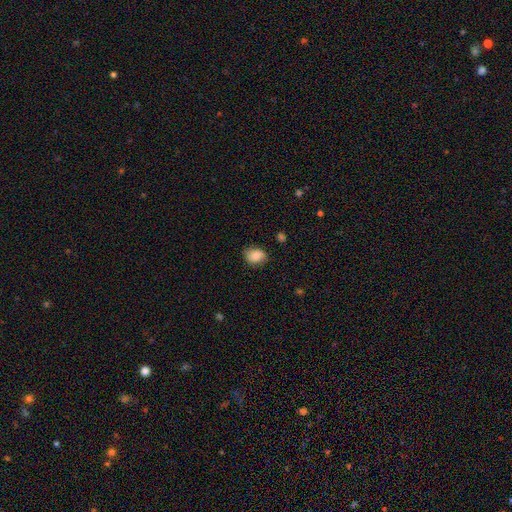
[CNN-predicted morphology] smooth-or-featured: smooth: 82% | featured or disk: 10% | star or artifact: 8%
  how-rounded: in between: 55% | round: 44% | cigar-shaped: 1%
  merging: none: 78% | minor disturbance: 17% | major disturbance: 3% | merger: 1%